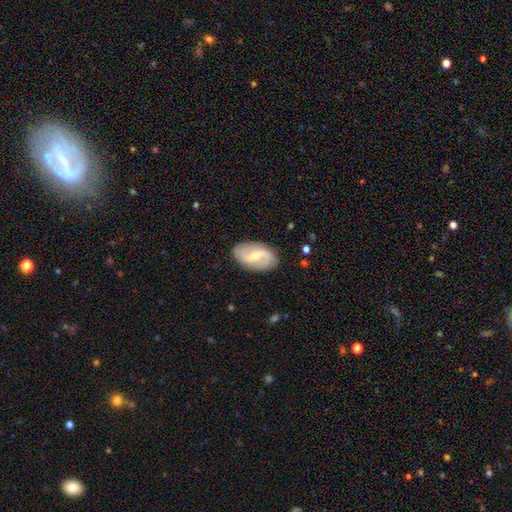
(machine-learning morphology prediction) Smooth or featured: featured or disk — 75% (smooth — 20%)
Edge-on disk: no — 96% (yes — 4%)
Bar: weak — 53% (no — 29%)
Spiral arms: yes — 90% (no — 10%)
Spiral winding: loose — 42% (medium — 41%)
Spiral arm count: 2 — 88% (can't tell — 6%)
Bulge size: moderate — 53% (small — 43%)
Merging: none — 84% (minor disturbance — 12%)